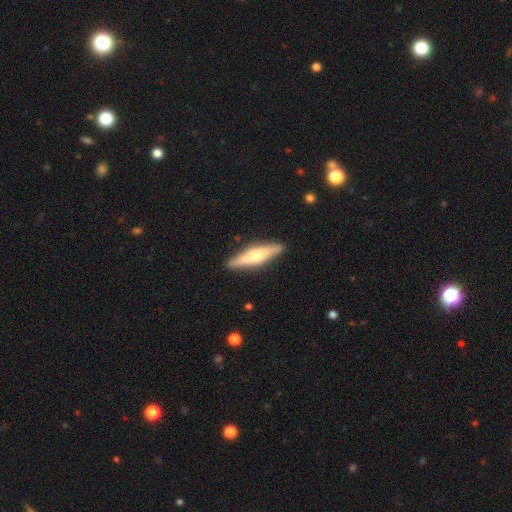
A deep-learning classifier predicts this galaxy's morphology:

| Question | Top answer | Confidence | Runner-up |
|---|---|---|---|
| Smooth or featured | featured or disk | 51% | smooth (44%) |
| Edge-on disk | yes | 94% | no (6%) |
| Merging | none | 90% | minor disturbance (7%) |